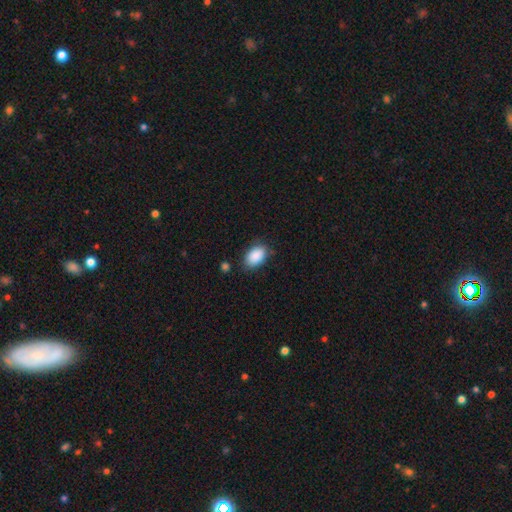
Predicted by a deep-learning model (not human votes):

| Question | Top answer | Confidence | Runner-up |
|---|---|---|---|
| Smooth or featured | smooth | 89% | star or artifact (7%) |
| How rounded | in between | 91% | round (8%) |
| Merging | none | 77% | minor disturbance (17%) |